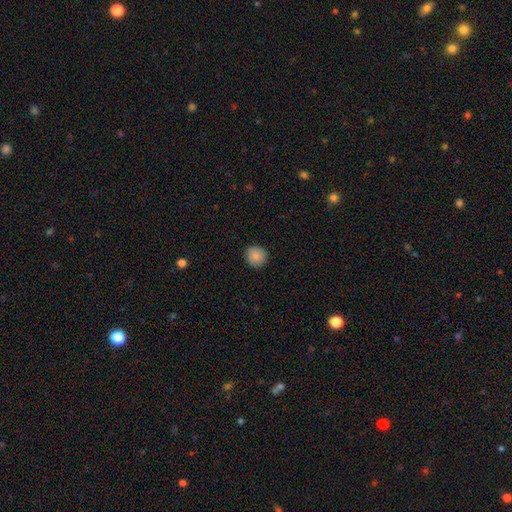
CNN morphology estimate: smooth 88%, star or artifact 8%, featured or disk 4%. Down the decision tree: how rounded — round (93%); merging — none (92%).